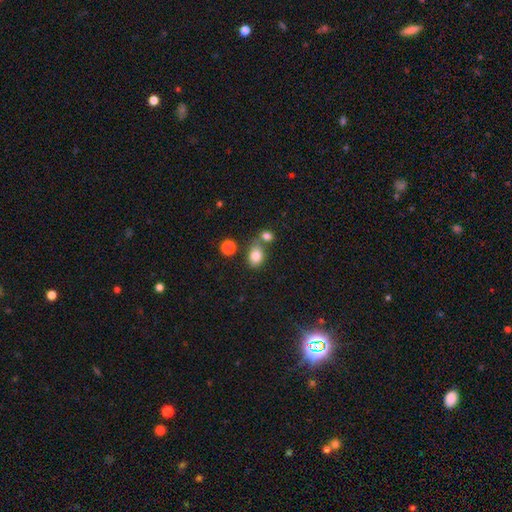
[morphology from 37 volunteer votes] smooth-or-featured: smooth: 89% | star or artifact: 8% | featured or disk: 3%
  how-rounded: in between: 58% | round: 42% | cigar-shaped: 0%
  merging: none: 41% | merger: 35% | minor disturbance: 21% | major disturbance: 3%